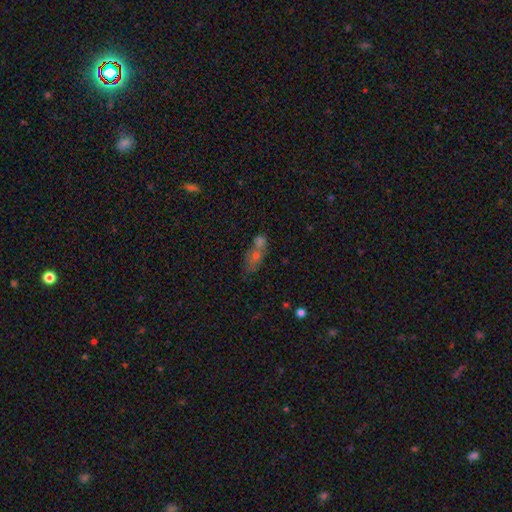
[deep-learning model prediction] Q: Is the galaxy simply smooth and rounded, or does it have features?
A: smooth — 55%.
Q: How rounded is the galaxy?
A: in between — 62%.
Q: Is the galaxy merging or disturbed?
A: merger — 45%.